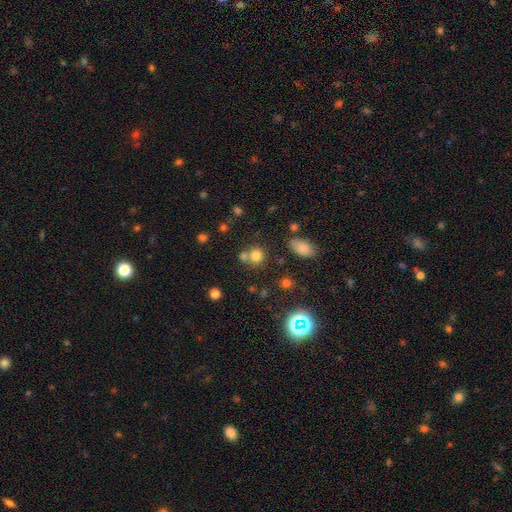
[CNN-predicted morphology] A smooth galaxy with no disk features (75%) that is round (84%). Merging: none (58%).